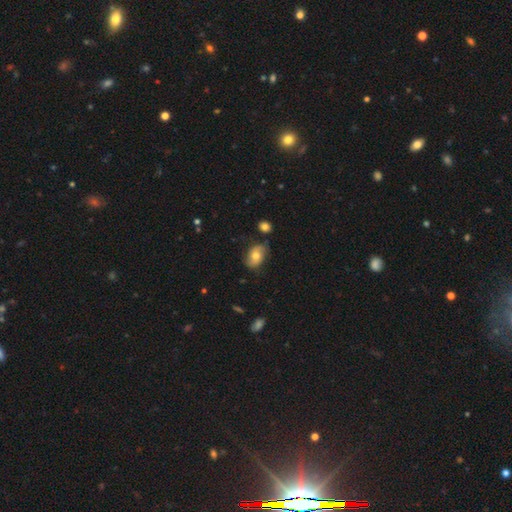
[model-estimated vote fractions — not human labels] Smooth or featured? Predicted: smooth (p=0.58). How rounded? Predicted: in between (p=0.85). Merging? Predicted: none (p=0.71).